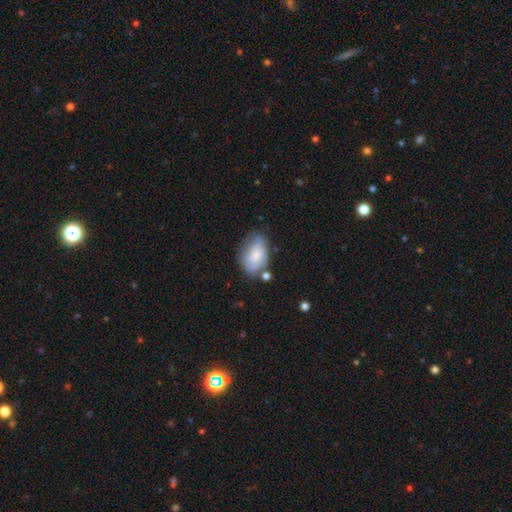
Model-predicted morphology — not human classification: Smooth or featured: smooth — 75% (featured or disk — 18%)
How rounded: in between — 89% (round — 9%)
Merging: none — 53% (minor disturbance — 28%)